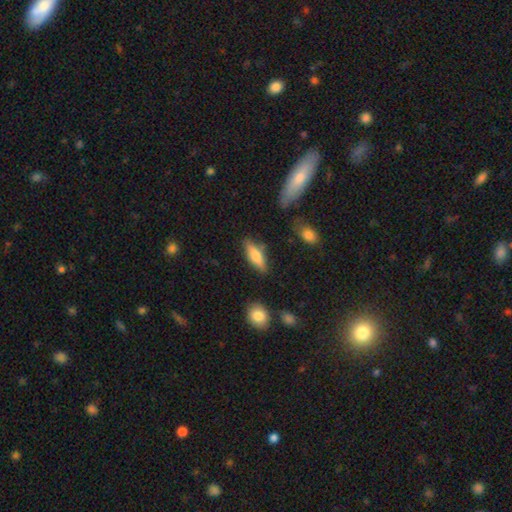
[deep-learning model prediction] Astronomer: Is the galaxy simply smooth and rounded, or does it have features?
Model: smooth — 64%.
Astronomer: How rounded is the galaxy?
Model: in between — 52% (runner-up: cigar-shaped, 45%).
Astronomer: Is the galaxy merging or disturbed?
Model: none — 80%.